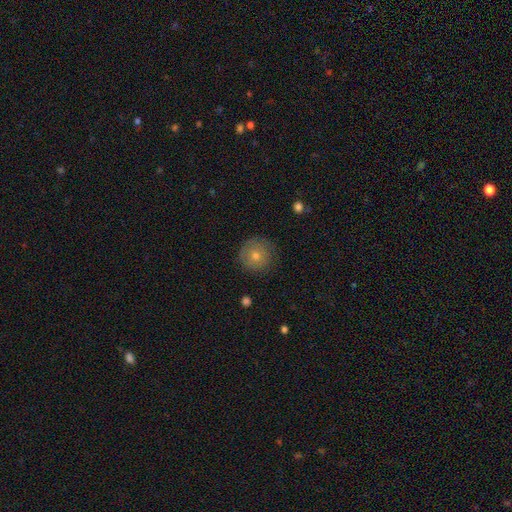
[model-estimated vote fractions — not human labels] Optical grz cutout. It shows a smooth galaxy with no disk features (63%) that is round (96%). Merging: none (86%).